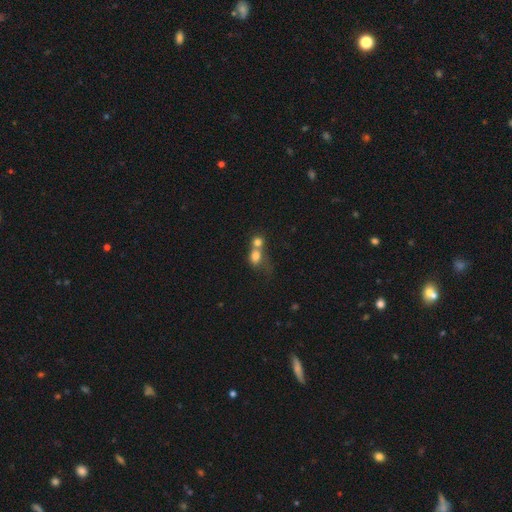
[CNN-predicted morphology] A smooth galaxy with no disk features (74%) that is round (61%). Merging: merger (70%).